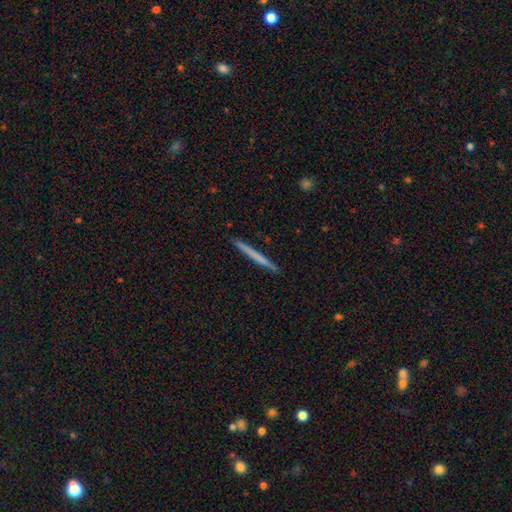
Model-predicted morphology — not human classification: type=smooth (56%); roundness=cigar-shaped (97%); merging=none (92%).